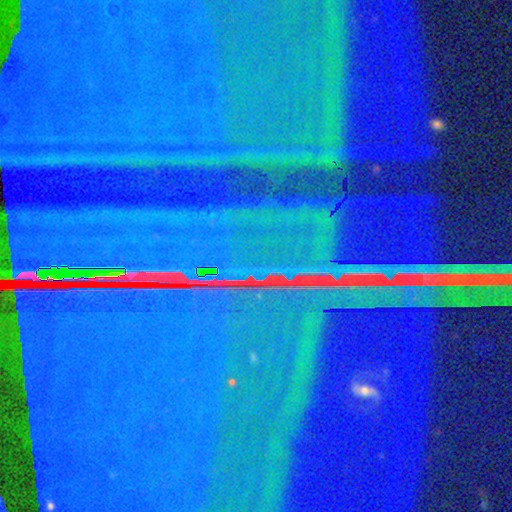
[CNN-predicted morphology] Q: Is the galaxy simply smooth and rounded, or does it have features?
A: star or artifact — 89%.